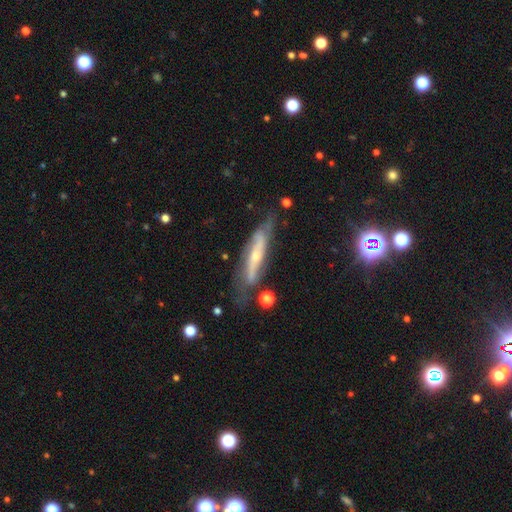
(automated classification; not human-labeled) smooth_or_featured: featured or disk (p=0.76) [alt: smooth p=0.18]
disk_edge_on: no (p=0.55) [alt: yes p=0.45]
merging: none (p=0.64) [alt: minor disturbance p=0.23]